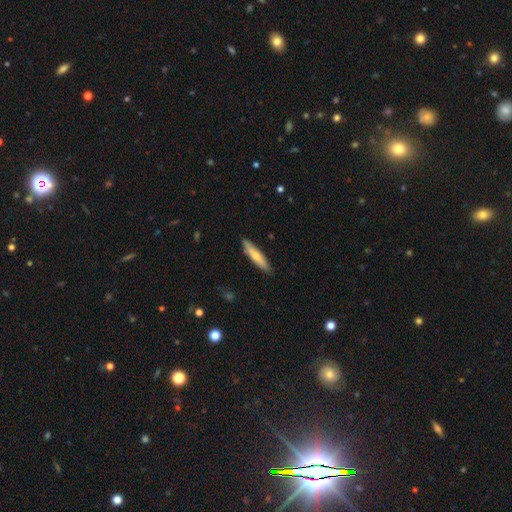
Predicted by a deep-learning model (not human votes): smooth-or-featured: smooth: 62% | featured or disk: 33% | star or artifact: 6%
  how-rounded: cigar-shaped: 85% | in between: 14% | round: 2%
  merging: none: 86% | minor disturbance: 11% | major disturbance: 2% | merger: 1%